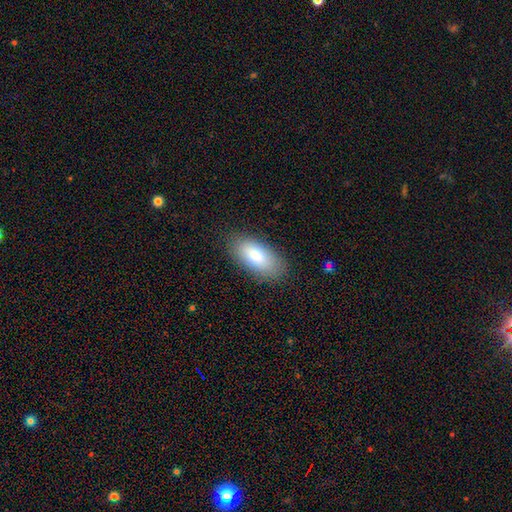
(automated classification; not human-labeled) A smooth galaxy with no disk features (83%) that is in between round and cigar-shaped (90%).

Vote fractions:
- Smooth or featured? smooth: 83% / featured or disk: 11% / star or artifact: 6%
- How rounded? in between: 90% / cigar-shaped: 7% / round: 2%
- Merging? none: 85% / minor disturbance: 11% / major disturbance: 3% / merger: 1%